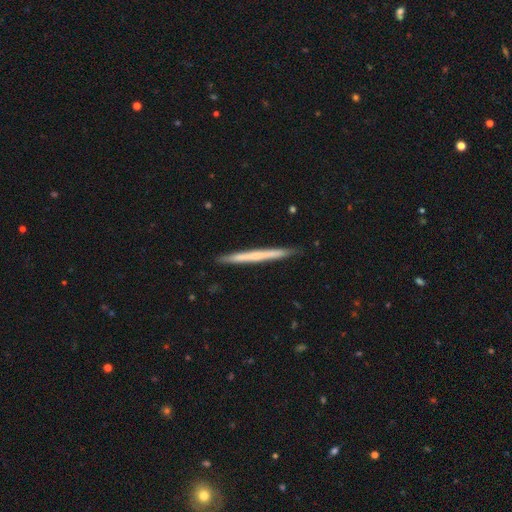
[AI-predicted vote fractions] smooth-or-featured: smooth: 50% | featured or disk: 45% | star or artifact: 6%
  merging: none: 91% | minor disturbance: 7% | major disturbance: 1% | merger: 1%